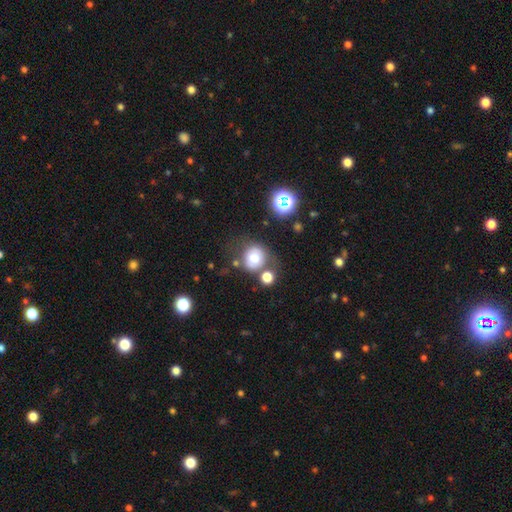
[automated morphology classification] This is likely a smooth galaxy (68%). How rounded: clearly round (82%). Merging: likely none (66%).